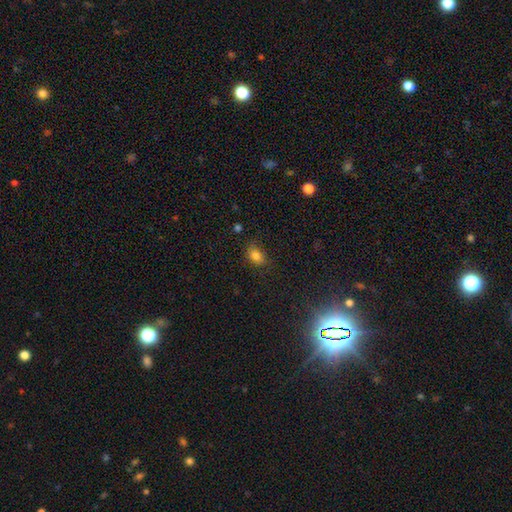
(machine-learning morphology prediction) Smooth or featured? smooth (82%)
How rounded? in between (69%)
Merging? none (72%)